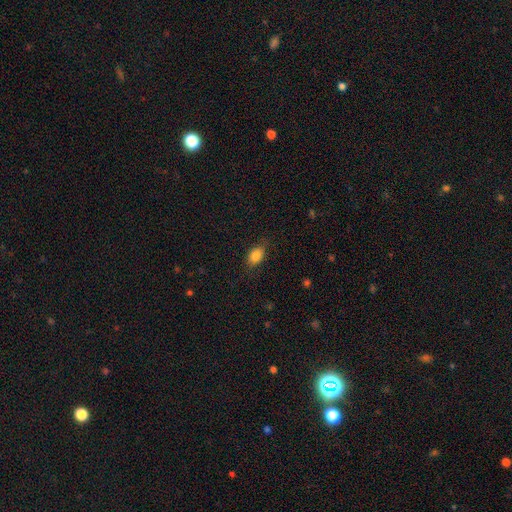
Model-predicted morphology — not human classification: Smooth or featured?
  - smooth: 84% *
  - star or artifact: 9%
  - featured or disk: 8%
How rounded?
  - in between: 81% *
  - round: 16%
  - cigar-shaped: 2%
Merging?
  - none: 79% *
  - minor disturbance: 16%
  - major disturbance: 4%
  - merger: 1%